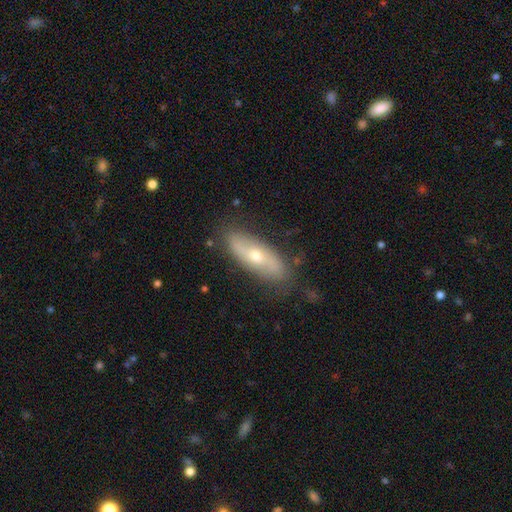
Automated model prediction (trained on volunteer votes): Smooth or featured?
  - featured or disk: 55% *
  - smooth: 38%
  - star or artifact: 7%
Edge-on disk?
  - no: 72% *
  - yes: 28%
Merging?
  - none: 80% *
  - minor disturbance: 15%
  - major disturbance: 3%
  - merger: 2%